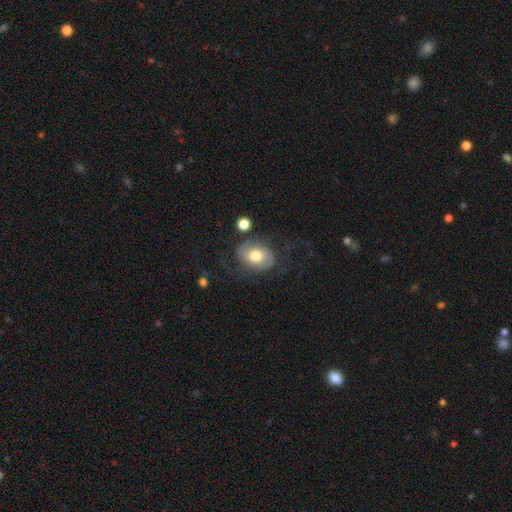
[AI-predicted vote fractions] Overall: featured or disk (49%; smooth 43%). Merging: none (58%; minor disturbance 19%).